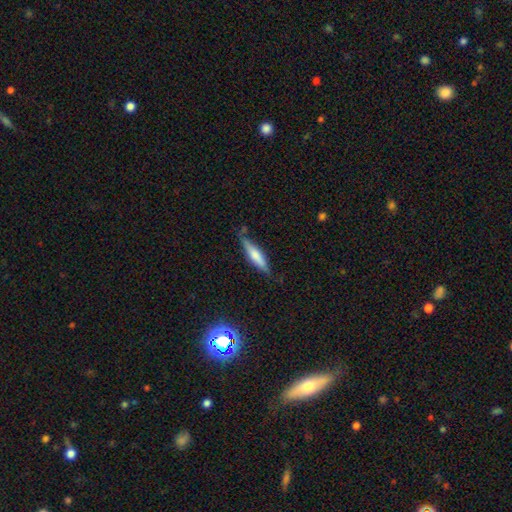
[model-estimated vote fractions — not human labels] Smooth or featured: smooth — 59% (featured or disk — 35%)
How rounded: cigar-shaped — 79% (in between — 20%)
Merging: none — 75% (minor disturbance — 19%)